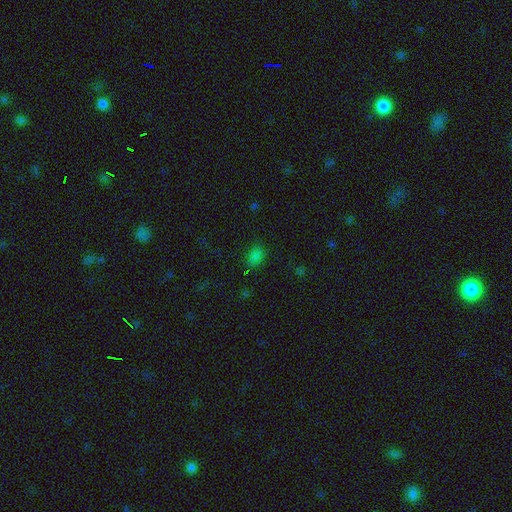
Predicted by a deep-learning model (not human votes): This appears to be a smooth galaxy with no disk features (78%) that is in between round and cigar-shaped (78%). Merging: none (81%).